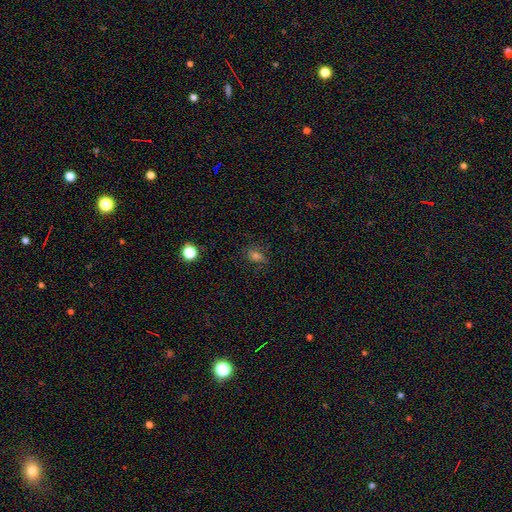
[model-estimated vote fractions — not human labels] Morphology: type=smooth (57%); roundness=in between (62%); merging=none (76%).